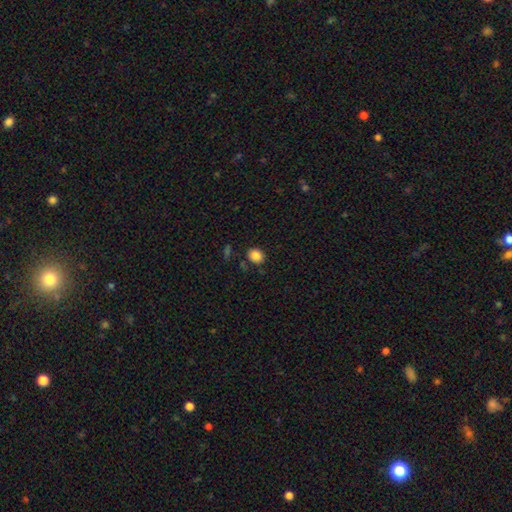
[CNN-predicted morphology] This appears to be a smooth galaxy with no disk features (86%) that is round (65%). Merging: none (83%).